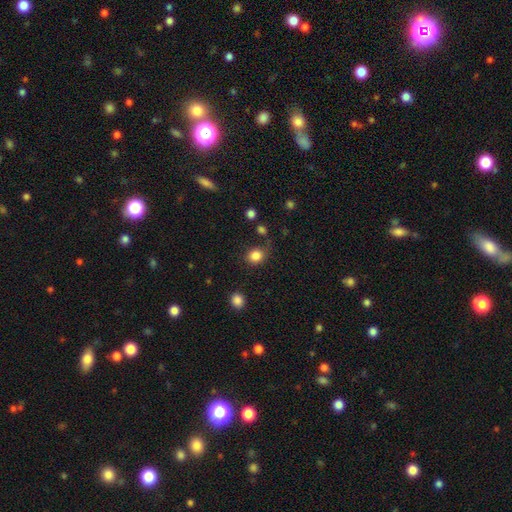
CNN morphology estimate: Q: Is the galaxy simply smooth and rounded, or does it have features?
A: smooth — 85%.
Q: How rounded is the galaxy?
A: round — 76%.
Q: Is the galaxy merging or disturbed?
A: none — 72%.